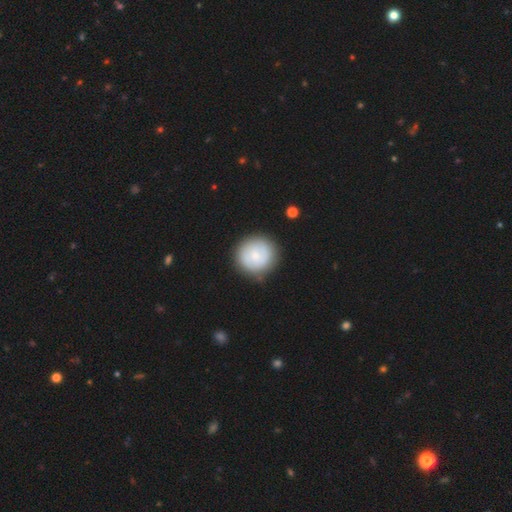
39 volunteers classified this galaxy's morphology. Smooth or featured: smooth — 72% (featured or disk — 23%)
How rounded: round — 93% (in between — 7%)
Merging: none — 86% (minor disturbance — 14%)